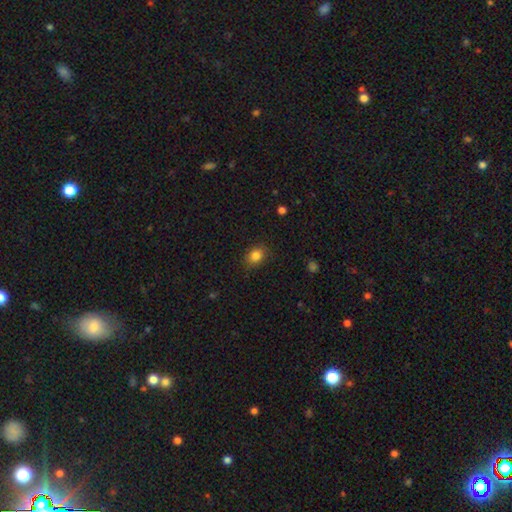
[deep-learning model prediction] Smooth or featured?
  - smooth: 84% *
  - star or artifact: 10%
  - featured or disk: 5%
How rounded?
  - in between: 54% *
  - round: 45%
  - cigar-shaped: 1%
Merging?
  - none: 86% *
  - minor disturbance: 11%
  - major disturbance: 3%
  - merger: 1%